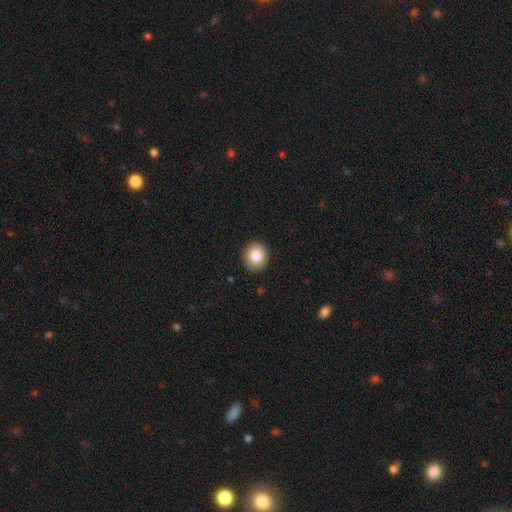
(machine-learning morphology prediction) Smooth or featured: smooth — 84% (star or artifact — 9%)
How rounded: round — 81% (in between — 18%)
Merging: none — 91% (minor disturbance — 6%)